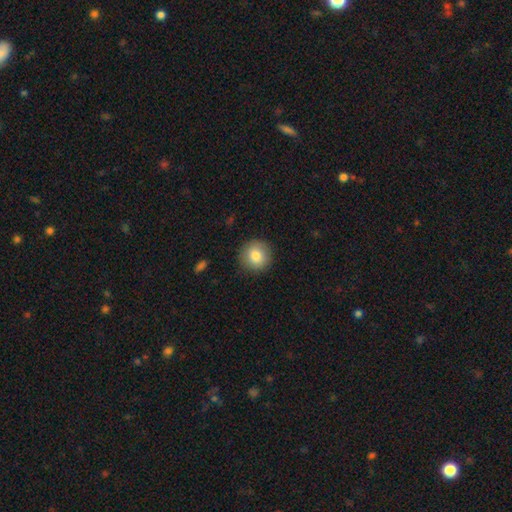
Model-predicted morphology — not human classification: type=smooth (83%); roundness=round (93%); merging=none (89%).